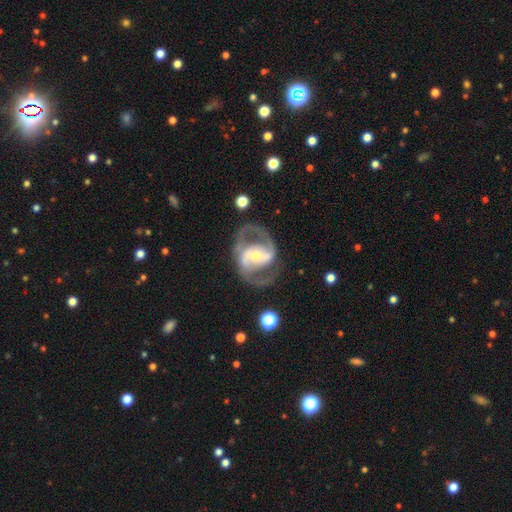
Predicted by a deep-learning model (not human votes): The model was most divided on "bulge size": moderate: 49%, small: 43%, large: 5%, none: 1%, dominant: 1%. Remaining: edge-on disk — no (97%); spiral arms — yes (91%); spiral arm count — 2 (91%); smooth or featured — featured or disk (88%); merging — none (73%); spiral winding — medium (58%); bar — strong (43%).